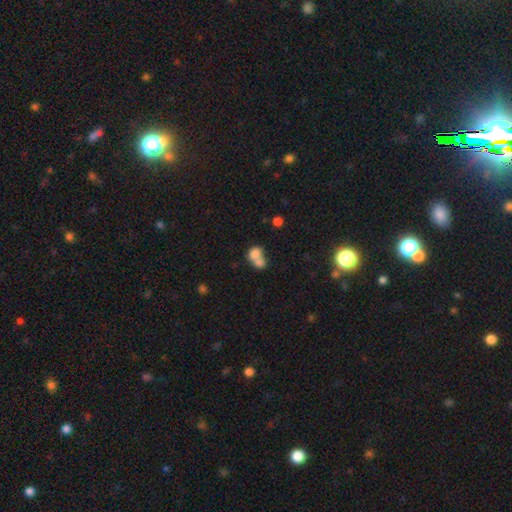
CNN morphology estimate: Smooth or featured: smooth — 75% (featured or disk — 15%)
How rounded: round — 51% (in between — 48%)
Merging: merger — 69% (none — 21%)